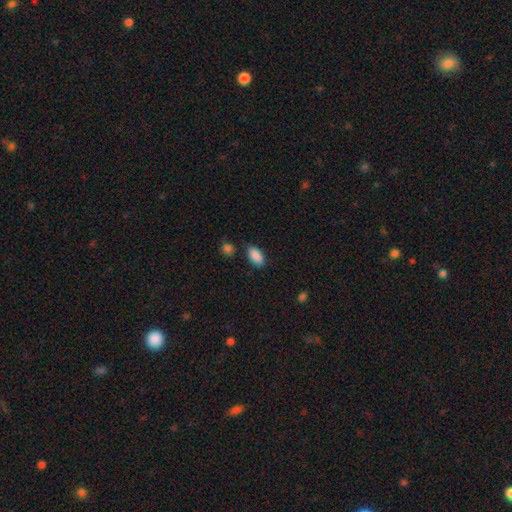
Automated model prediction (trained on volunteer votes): Smooth or featured? Predicted: smooth (p=0.89). How rounded? Predicted: in between (p=0.91). Merging? Predicted: none (p=0.77).